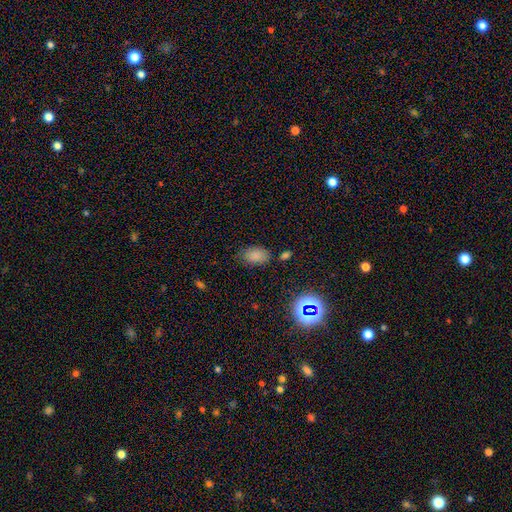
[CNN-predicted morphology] smooth-or-featured: smooth: 79% | star or artifact: 15% | featured or disk: 6%
  how-rounded: in between: 89% | round: 10% | cigar-shaped: 2%
  merging: none: 75% | minor disturbance: 16% | merger: 4% | major disturbance: 4%